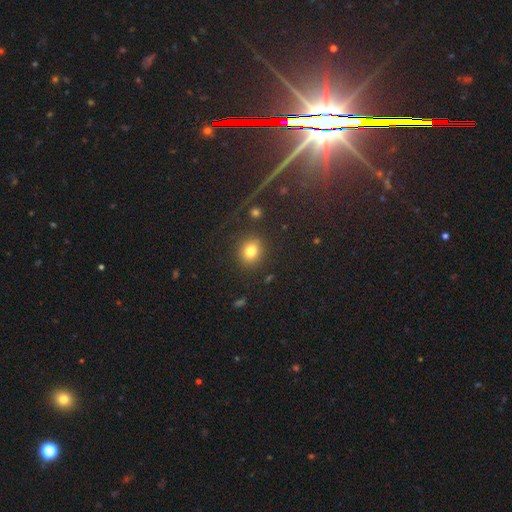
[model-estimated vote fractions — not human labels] Smooth or featured: star or artifact — 54% (smooth — 30%)